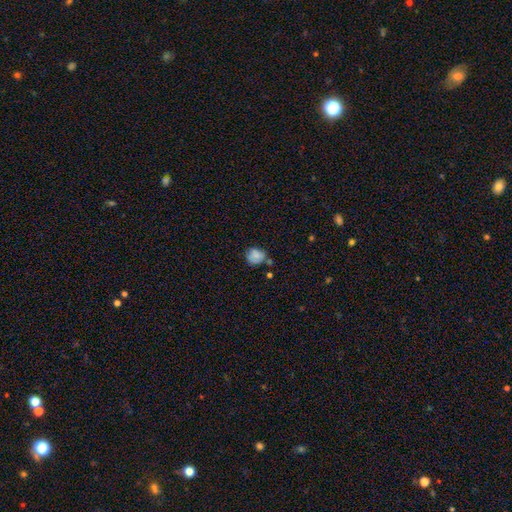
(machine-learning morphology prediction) Smooth or featured: smooth — 81% (star or artifact — 10%)
How rounded: round — 70% (in between — 29%)
Merging: none — 58% (minor disturbance — 24%)